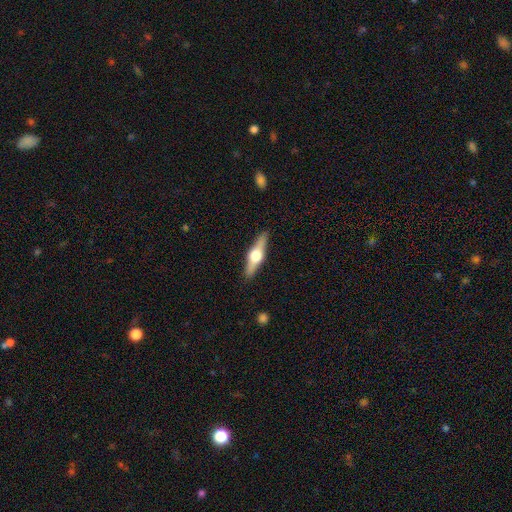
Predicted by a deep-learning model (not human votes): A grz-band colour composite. It shows a featured or disk galaxy (68%) viewed edge-on (97%) with a rounded central bulge (95%). Merging: none (90%).